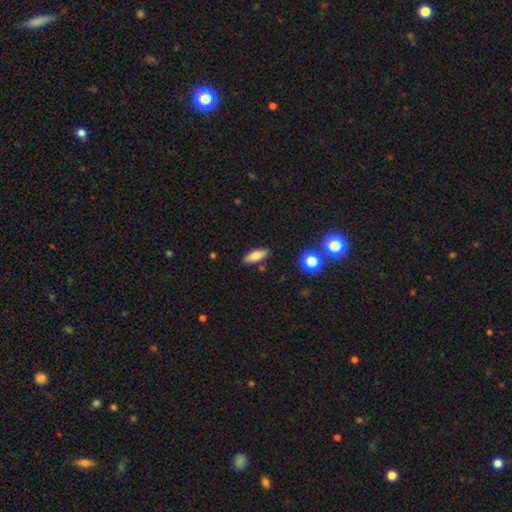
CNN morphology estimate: A smooth galaxy with no disk features (81%) that is in between round and cigar-shaped (74%).

Vote fractions:
- Smooth or featured? smooth: 81% / featured or disk: 10% / star or artifact: 9%
- How rounded? in between: 74% / cigar-shaped: 23% / round: 3%
- Merging? none: 85% / minor disturbance: 10% / merger: 3% / major disturbance: 2%